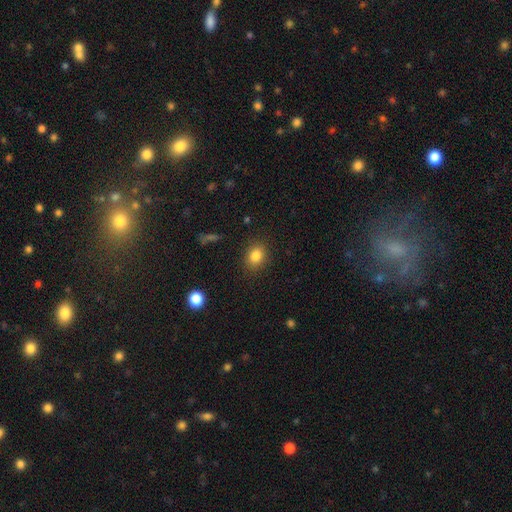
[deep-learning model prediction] Smooth or featured: smooth — 83% (star or artifact — 11%)
How rounded: round — 53% (in between — 46%)
Merging: none — 87% (minor disturbance — 9%)